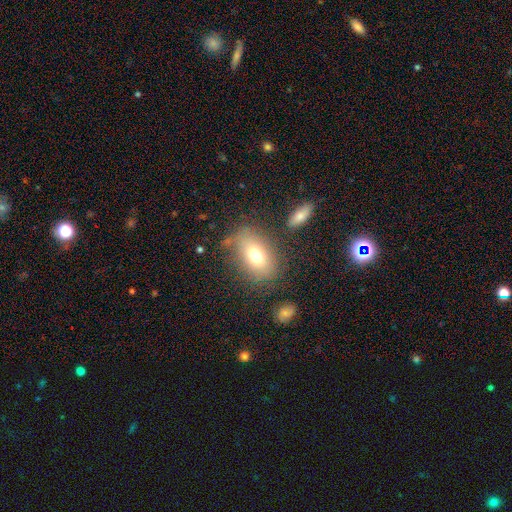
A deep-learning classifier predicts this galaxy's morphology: smooth_or_featured: smooth (p=0.71) [alt: featured or disk p=0.18]
how_rounded: in between (p=0.81) [alt: round p=0.17]
merging: none (p=0.71) [alt: minor disturbance p=0.17]